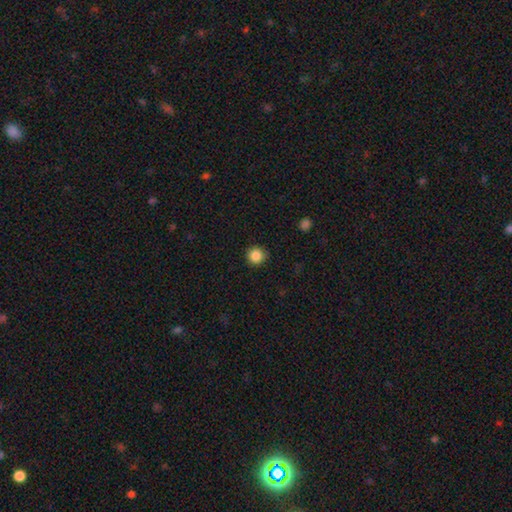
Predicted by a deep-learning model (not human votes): The model was most divided on "smooth or featured": smooth: 86%, star or artifact: 10%, featured or disk: 4%. More confident: how rounded — round (95%); merging — none (91%).